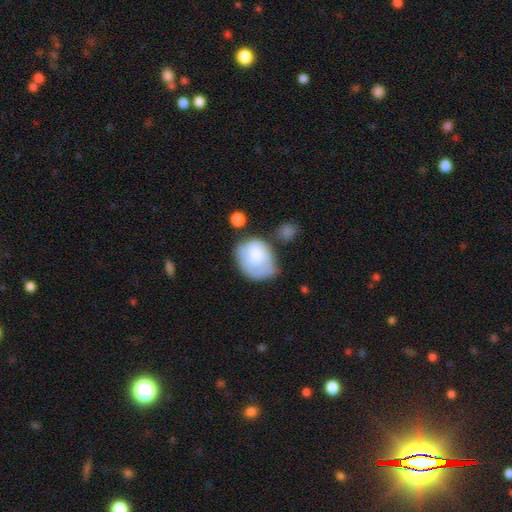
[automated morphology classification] smooth_or_featured: smooth (p=0.64) [alt: featured or disk p=0.29]
how_rounded: in between (p=0.54) [alt: round p=0.46]
merging: none (p=0.38) [alt: minor disturbance p=0.31]